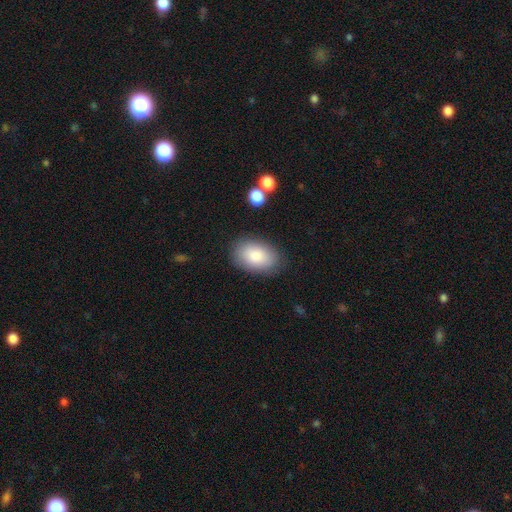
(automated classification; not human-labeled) Smooth or featured? Predicted: smooth (p=0.85). How rounded? Predicted: in between (p=0.90). Merging? Predicted: none (p=0.83).